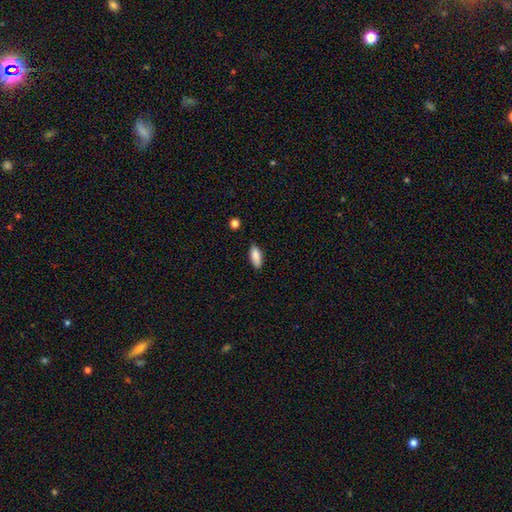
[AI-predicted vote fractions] smooth_or_featured: smooth (p=0.87) [alt: star or artifact p=0.07]
how_rounded: in between (p=0.80) [alt: cigar-shaped p=0.18]
merging: none (p=0.81) [alt: minor disturbance p=0.15]